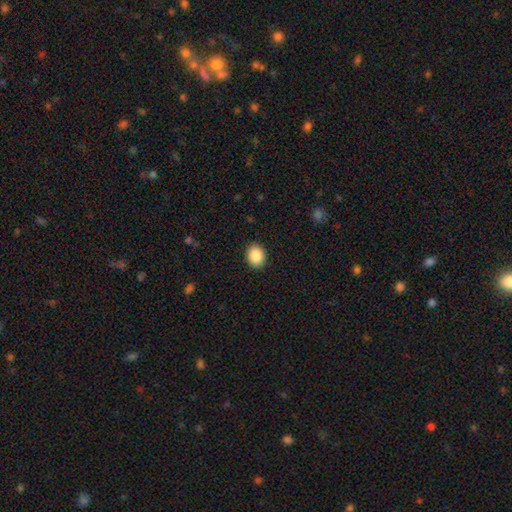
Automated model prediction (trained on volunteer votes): Morphology: type=smooth (88%); roundness=round (59%); merging=none (90%).